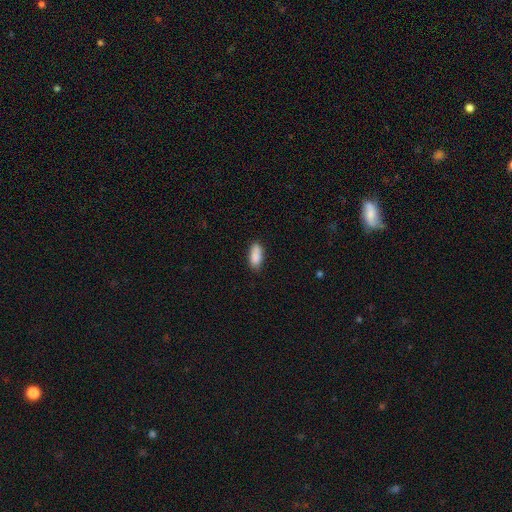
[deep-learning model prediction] A smooth galaxy with no disk features (86%) that is in between round and cigar-shaped (84%).

Vote fractions:
- Smooth or featured? smooth: 86% / star or artifact: 7% / featured or disk: 7%
- How rounded? in between: 84% / cigar-shaped: 14% / round: 2%
- Merging? none: 73% / minor disturbance: 19% / merger: 4% / major disturbance: 4%